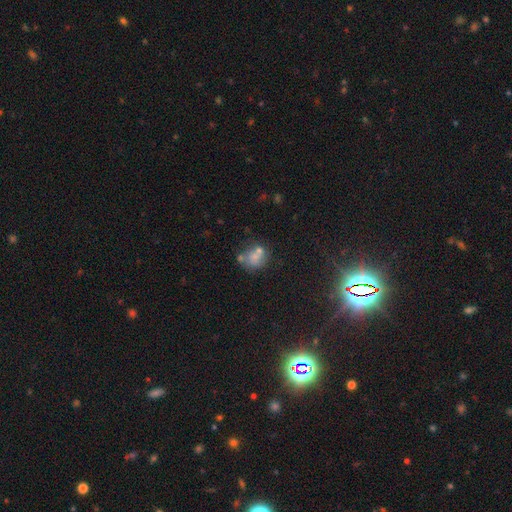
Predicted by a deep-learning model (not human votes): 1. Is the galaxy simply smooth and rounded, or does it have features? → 64% smooth, 22% featured or disk, 14% star or artifact.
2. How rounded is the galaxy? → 62% round, 37% in between, 1% cigar-shaped.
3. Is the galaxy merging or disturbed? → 40% none, 30% merger, 18% minor disturbance, 11% major disturbance.